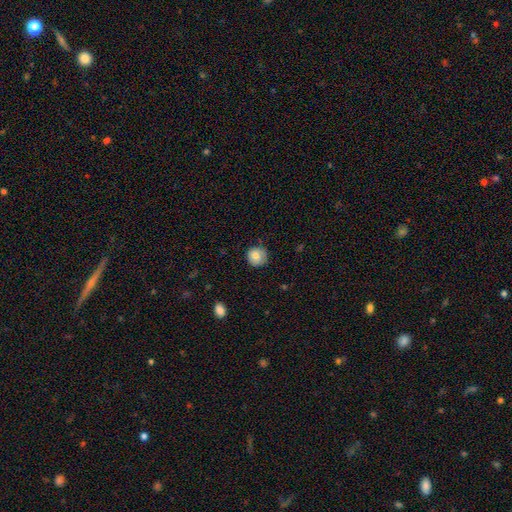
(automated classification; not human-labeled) This is clearly a smooth galaxy (82%). How rounded: clearly round (91%). Merging: likely none (78%).